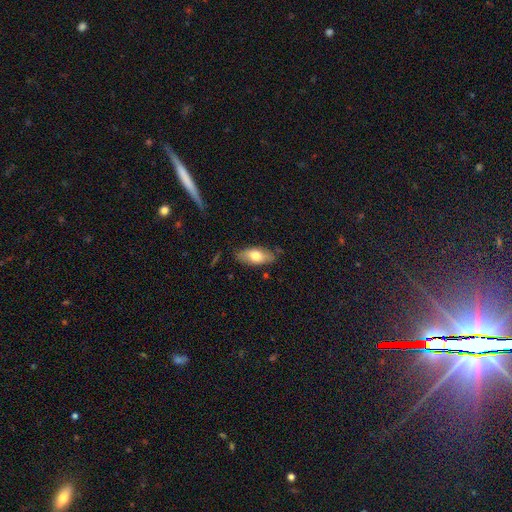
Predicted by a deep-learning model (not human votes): Smooth or featured?
  - smooth: 73% *
  - featured or disk: 21%
  - star or artifact: 6%
How rounded?
  - in between: 86% *
  - cigar-shaped: 11%
  - round: 3%
Merging?
  - none: 78% *
  - minor disturbance: 17%
  - major disturbance: 3%
  - merger: 2%